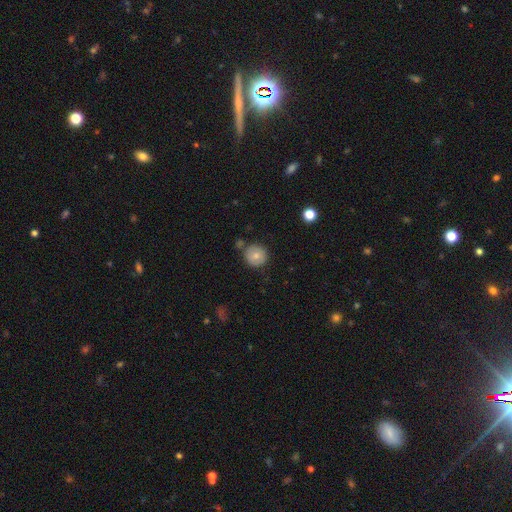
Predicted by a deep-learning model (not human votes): Morphology: type=smooth (75%); roundness=round (94%); merging=none (79%).